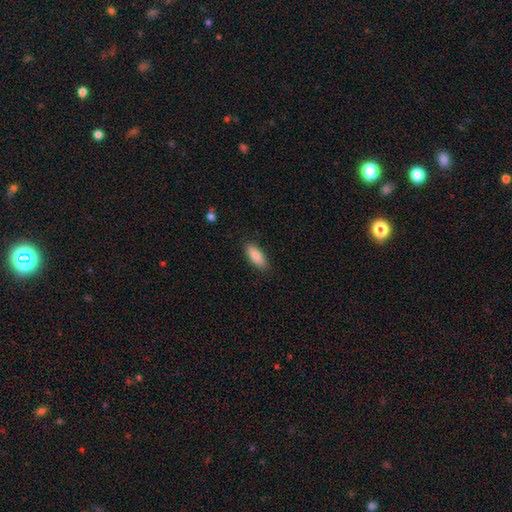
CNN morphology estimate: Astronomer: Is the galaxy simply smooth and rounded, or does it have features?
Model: smooth — 87%.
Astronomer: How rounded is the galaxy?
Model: in between — 77%.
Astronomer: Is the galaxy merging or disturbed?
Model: none — 87%.